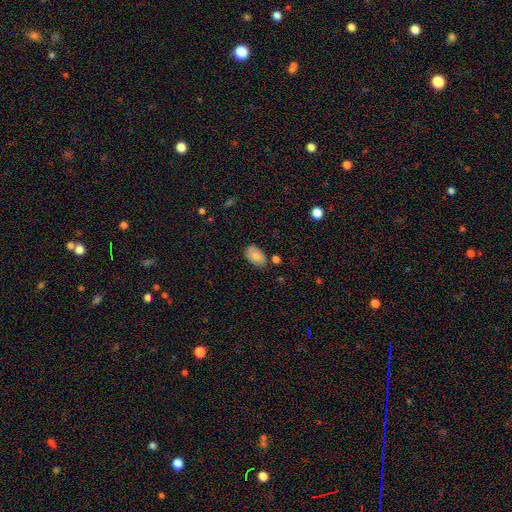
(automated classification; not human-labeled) This is likely a smooth galaxy (75%). How rounded: clearly in between (91%). Merging: likely none (74%).